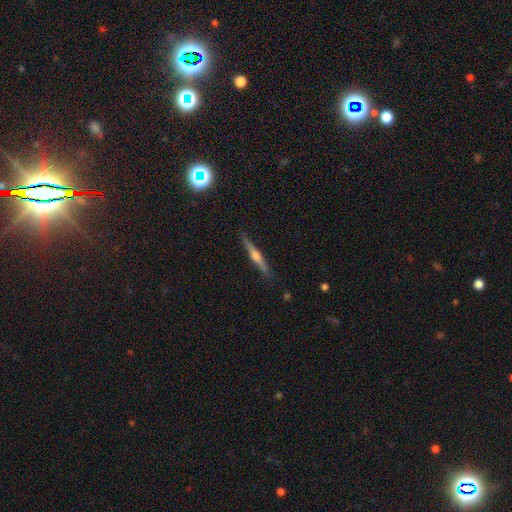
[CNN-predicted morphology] smooth-or-featured: featured or disk: 75% | smooth: 19% | star or artifact: 6%
  disk-edge-on: yes: 98% | no: 2%
    edge-on-bulge: rounded: 91% | none: 5% | boxy: 5%
  merging: none: 88% | minor disturbance: 9% | major disturbance: 2% | merger: 1%